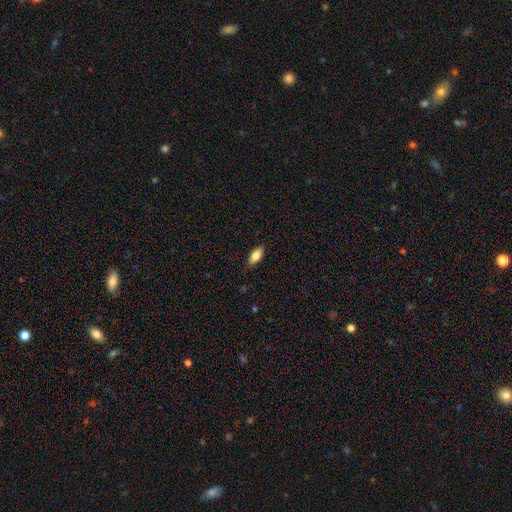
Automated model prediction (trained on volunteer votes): A smooth galaxy with no disk features (80%) that is in between round and cigar-shaped (88%). Merging: none (86%).